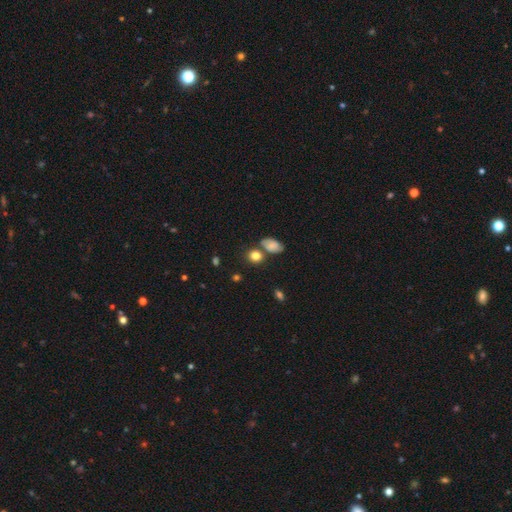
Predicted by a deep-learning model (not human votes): Smooth or featured? Predicted: smooth (p=0.80). How rounded? Predicted: round (p=0.71). Merging? Predicted: none (p=0.65).